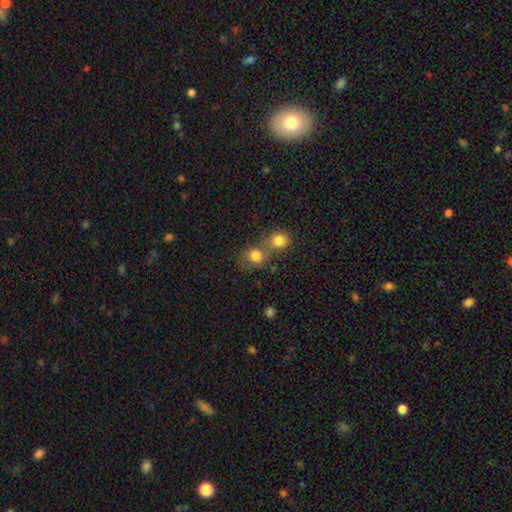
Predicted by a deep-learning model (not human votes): A smooth galaxy with no disk features (80%) that is round (81%). Merging: merger (50%).